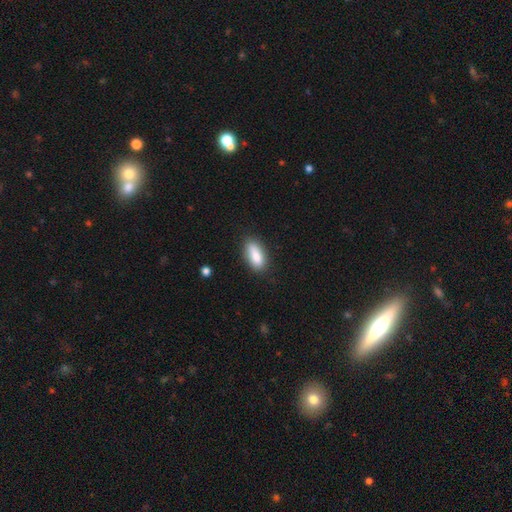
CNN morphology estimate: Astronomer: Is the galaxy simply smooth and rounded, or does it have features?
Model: smooth — 85%.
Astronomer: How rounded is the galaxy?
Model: in between — 79%.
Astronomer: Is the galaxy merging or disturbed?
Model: none — 81%.